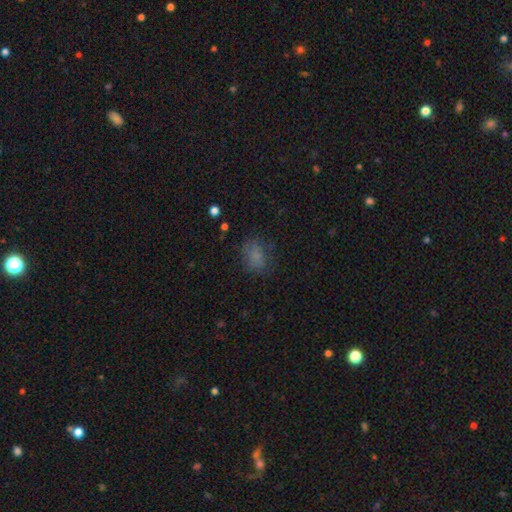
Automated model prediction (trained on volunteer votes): smooth-or-featured: smooth: 75% | star or artifact: 15% | featured or disk: 11%
  how-rounded: in between: 63% | round: 35% | cigar-shaped: 1%
  merging: none: 68% | minor disturbance: 20% | major disturbance: 10% | merger: 2%